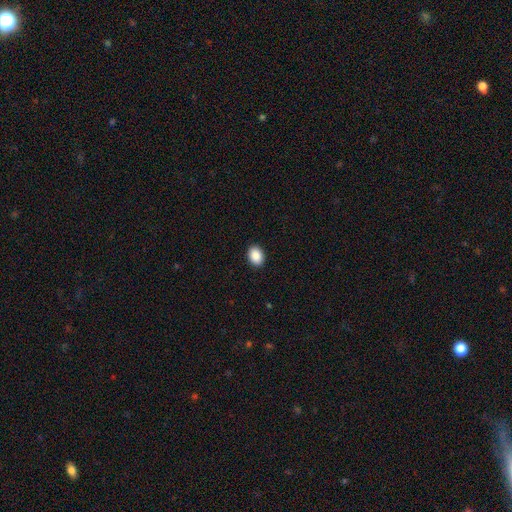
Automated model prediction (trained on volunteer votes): A smooth galaxy with no disk features (89%) that is in between round and cigar-shaped (70%).

Vote fractions:
- Smooth or featured? smooth: 89% / star or artifact: 7% / featured or disk: 3%
- How rounded? in between: 70% / round: 29% / cigar-shaped: 1%
- Merging? none: 91% / minor disturbance: 6% / major disturbance: 2% / merger: 1%